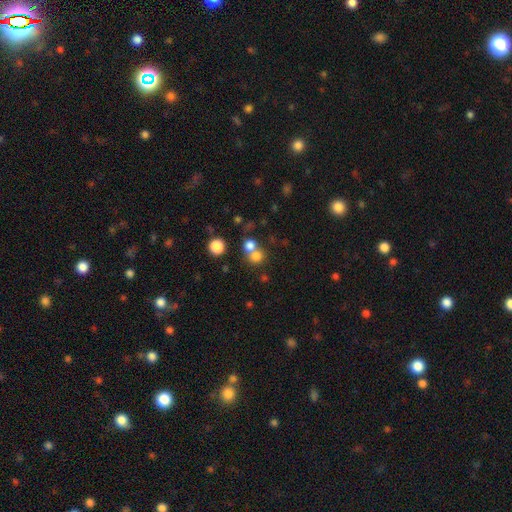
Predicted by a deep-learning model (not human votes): Smooth or featured: smooth — 75% (star or artifact — 15%)
How rounded: round — 84% (in between — 15%)
Merging: none — 48% (merger — 42%)